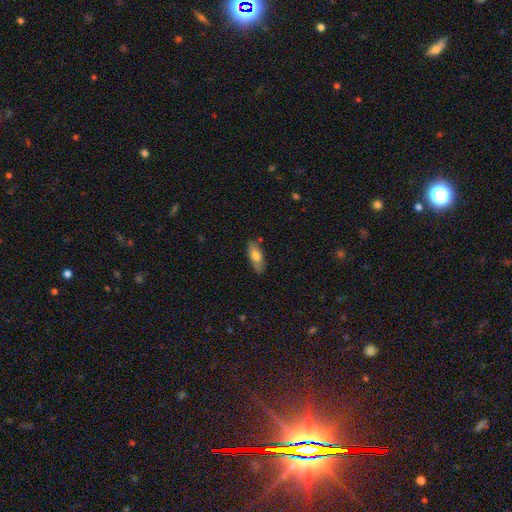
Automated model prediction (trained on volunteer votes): smooth_or_featured: smooth (p=0.72) [alt: featured or disk p=0.22]
how_rounded: in between (p=0.76) [alt: cigar-shaped p=0.21]
merging: none (p=0.80) [alt: minor disturbance p=0.15]